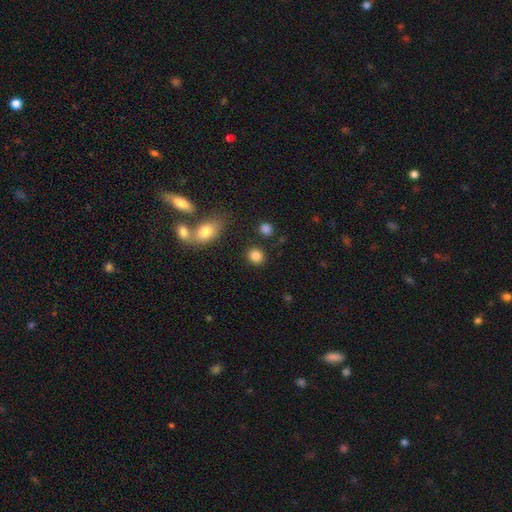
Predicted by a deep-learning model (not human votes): Smooth or featured? Predicted: smooth (p=0.85). How rounded? Predicted: round (p=0.77). Merging? Predicted: none (p=0.85).